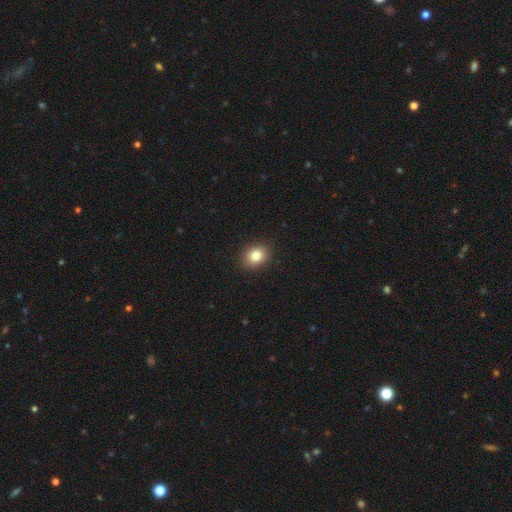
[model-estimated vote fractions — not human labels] Overall: smooth (83%). How rounded: round (50%; in between 49%). Merging: none (91%).